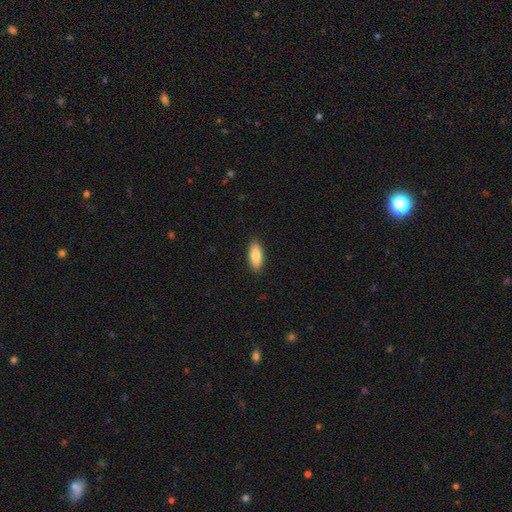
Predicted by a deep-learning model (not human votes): A smooth galaxy with no disk features (85%) that is in between round and cigar-shaped (76%). Merging: none (90%).